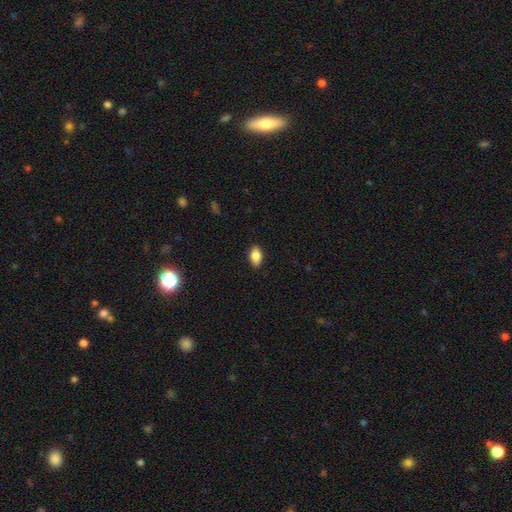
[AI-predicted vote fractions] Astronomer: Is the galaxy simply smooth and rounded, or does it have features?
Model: smooth — 82%.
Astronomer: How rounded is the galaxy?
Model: in between — 90%.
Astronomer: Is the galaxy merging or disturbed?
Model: none — 88%.